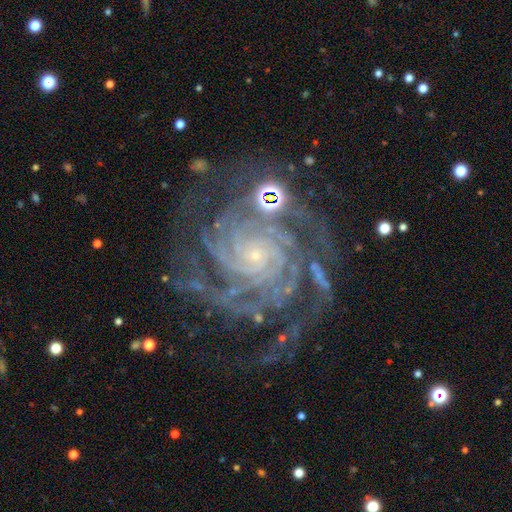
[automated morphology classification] featured or disk 92%, star or artifact 6%, smooth 3%. Down the decision tree: edge-on disk — no (98%); bar — no (74%); spiral arms — yes (99%); spiral arm count — 4 (30%); spiral winding — tight (80%); bulge size — small (88%); merging — none (67%).